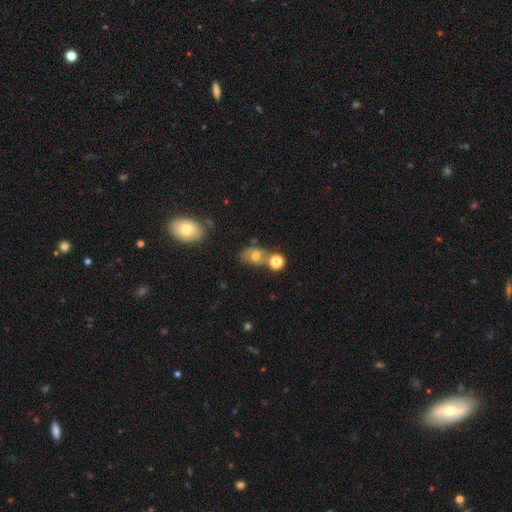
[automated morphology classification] Q: Smooth or featured?
A: smooth (57%); runner-up: featured or disk (29%)
Q: How rounded?
A: in between (60%); runner-up: round (38%)
Q: Merging?
A: none (41%); runner-up: merger (30%)